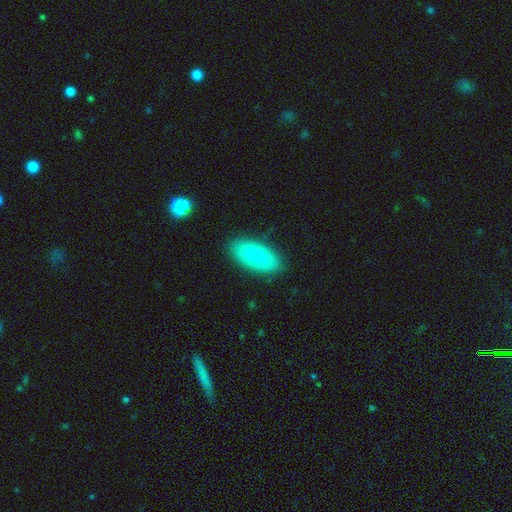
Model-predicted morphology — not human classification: smooth_or_featured: smooth (p=0.82) [alt: featured or disk p=0.12]
how_rounded: in between (p=0.90) [alt: cigar-shaped p=0.08]
merging: none (p=0.87) [alt: minor disturbance p=0.10]